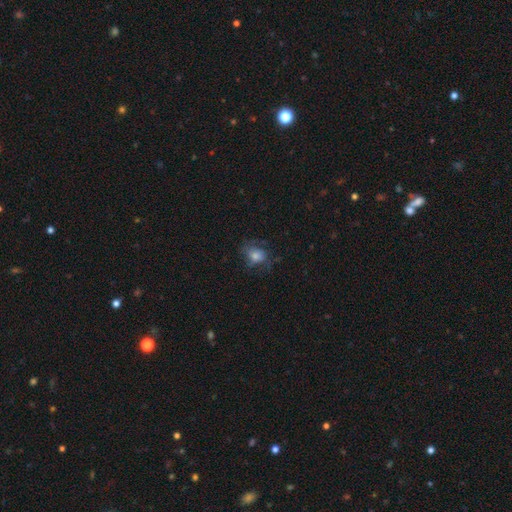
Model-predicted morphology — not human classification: Q: Smooth or featured?
A: smooth (56%); runner-up: featured or disk (31%)
Q: How rounded?
A: round (56%); runner-up: in between (43%)
Q: Merging?
A: none (55%); runner-up: minor disturbance (23%)